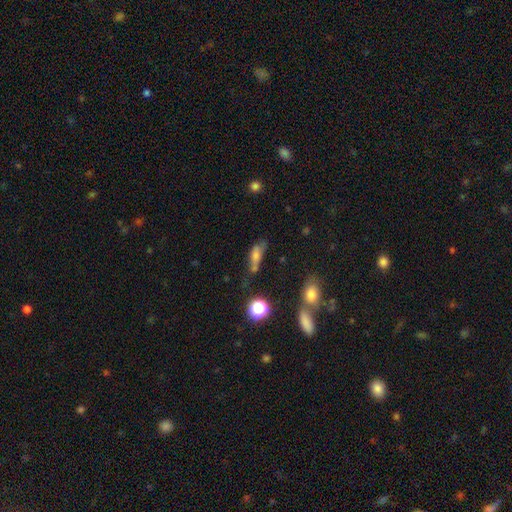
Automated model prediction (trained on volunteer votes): This is possibly a smooth galaxy (54%). How rounded: possibly in between (55%). Merging: possibly none (46%).